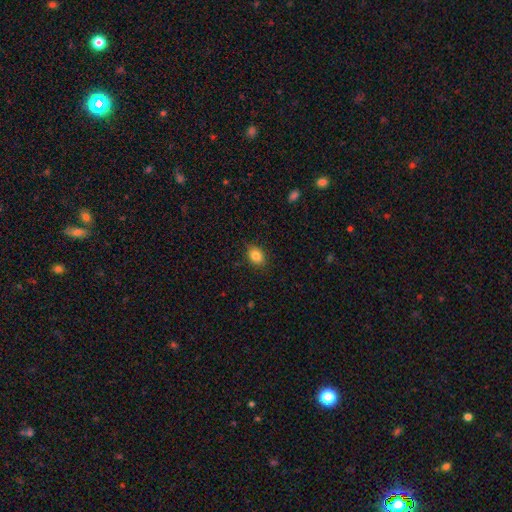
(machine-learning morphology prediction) type=smooth (85%); roundness=in between (70%); merging=none (86%).